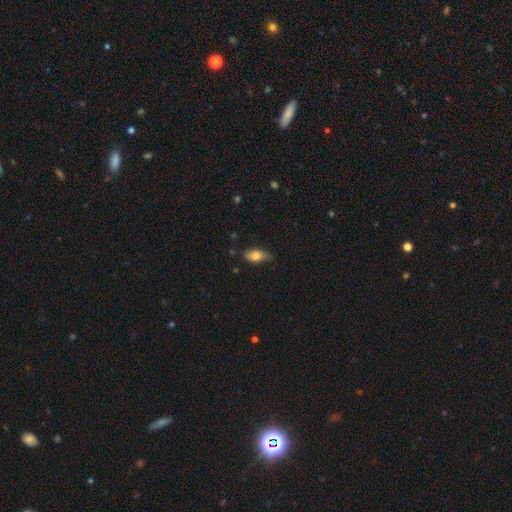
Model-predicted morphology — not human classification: smooth_or_featured: smooth (p=0.78) [alt: featured or disk p=0.15]
how_rounded: in between (p=0.87) [alt: cigar-shaped p=0.08]
merging: none (p=0.67) [alt: minor disturbance p=0.26]